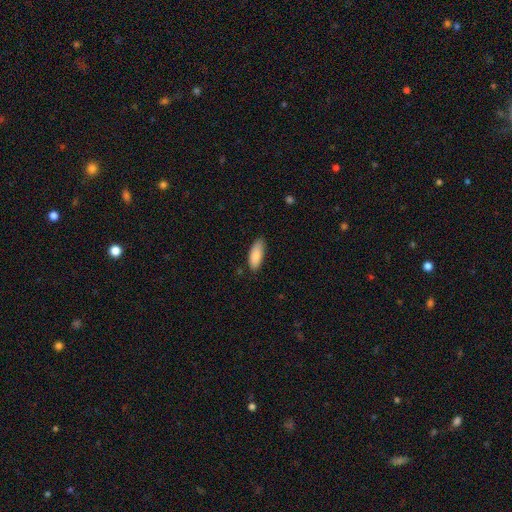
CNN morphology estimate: Smooth or featured?
  - smooth: 88% *
  - featured or disk: 6%
  - star or artifact: 6%
How rounded?
  - in between: 76% *
  - cigar-shaped: 23%
  - round: 2%
Merging?
  - none: 79% *
  - minor disturbance: 17%
  - major disturbance: 3%
  - merger: 1%